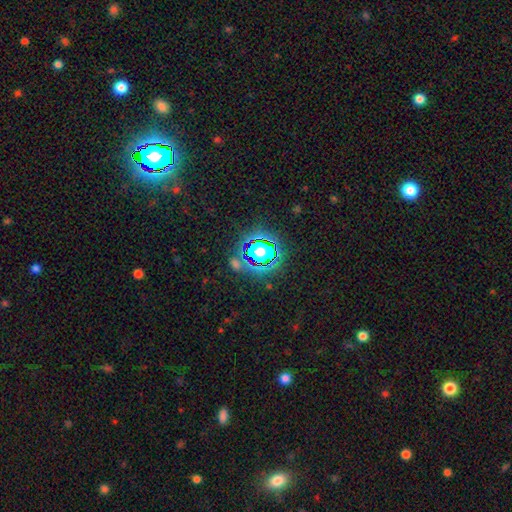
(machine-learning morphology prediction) A star or artifact, not a galaxy (82%).

Vote fractions:
- Smooth or featured? star or artifact: 82% / smooth: 11% / featured or disk: 7%